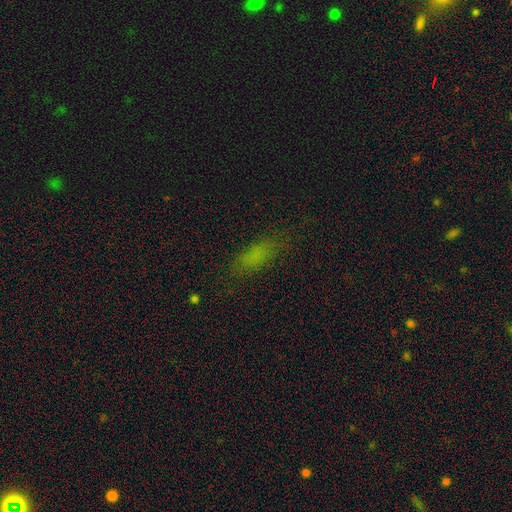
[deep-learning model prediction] smooth 70%, star or artifact 17%, featured or disk 13%. Down the decision tree: how rounded — in between (59%); merging — none (74%).